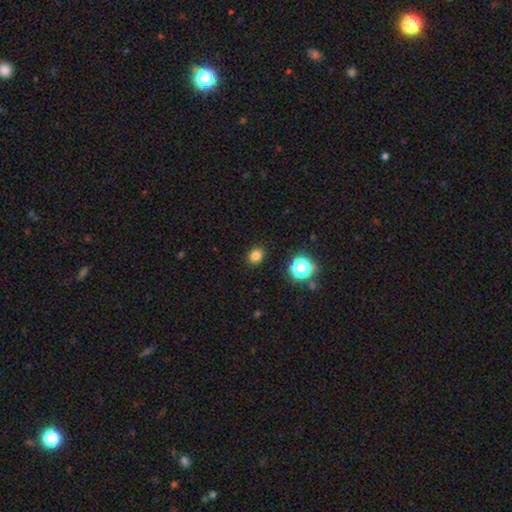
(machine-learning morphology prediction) The model was most divided on "how rounded": round: 55%, in between: 44%, cigar-shaped: 1%. More confident: merging — none (89%); smooth or featured — smooth (80%).